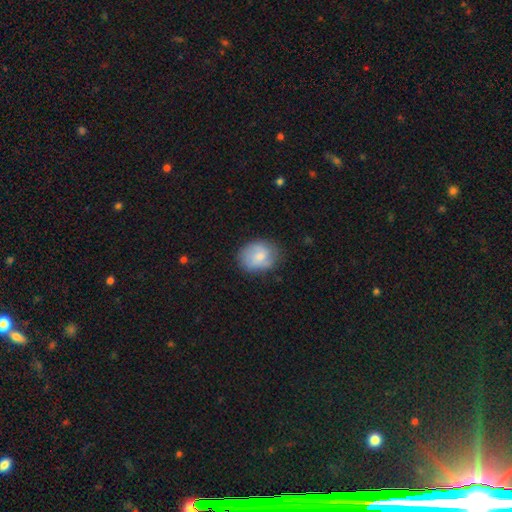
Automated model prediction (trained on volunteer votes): Morphology: type=smooth (68%); roundness=round (50%); merging=none (73%).